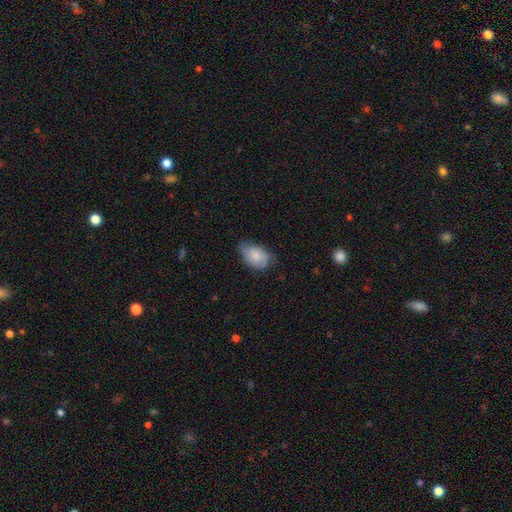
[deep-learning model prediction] The model was most divided on "merging": none: 57%, minor disturbance: 34%, major disturbance: 7%, merger: 1%. More confident: how rounded — in between (88%); smooth or featured — smooth (75%).